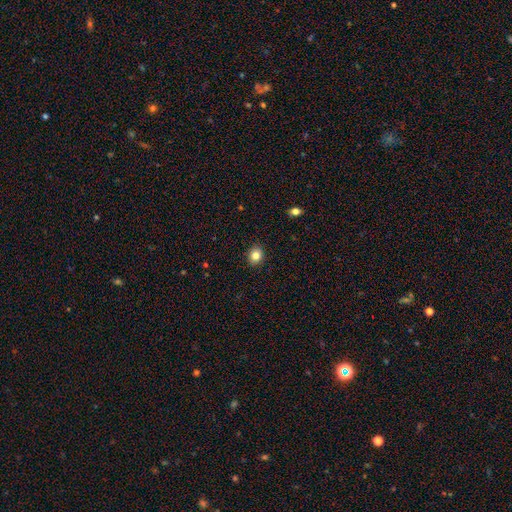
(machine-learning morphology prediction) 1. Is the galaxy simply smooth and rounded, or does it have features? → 83% smooth, 11% star or artifact, 7% featured or disk.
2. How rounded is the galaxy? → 59% round, 40% in between, 1% cigar-shaped.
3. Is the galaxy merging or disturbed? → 90% none, 7% minor disturbance, 2% major disturbance, 1% merger.